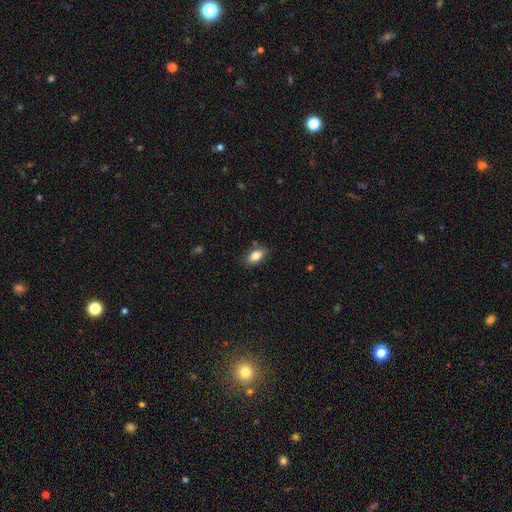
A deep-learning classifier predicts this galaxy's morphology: A smooth galaxy with no disk features (80%) that is in between round and cigar-shaped (88%). Merging: none (80%).